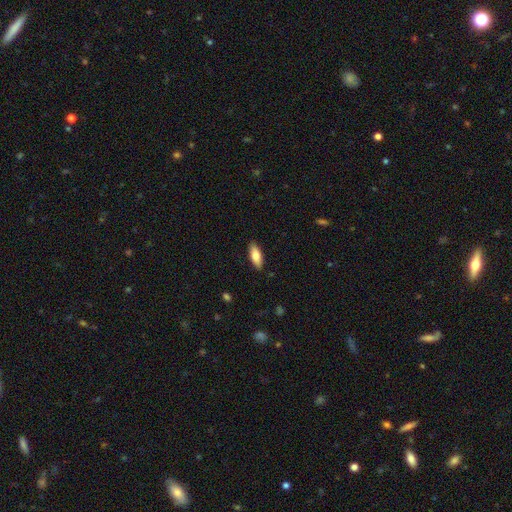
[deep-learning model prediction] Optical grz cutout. It shows a smooth galaxy with no disk features (78%) that is in between round and cigar-shaped (70%). Merging: none (88%).